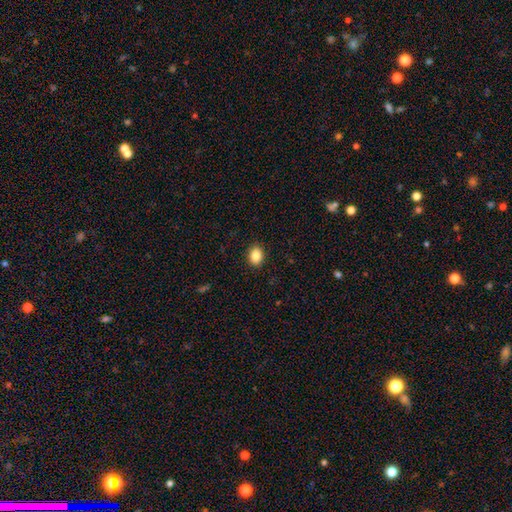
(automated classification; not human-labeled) This is clearly a smooth galaxy (87%). How rounded: likely in between (63%). Merging: clearly none (90%).